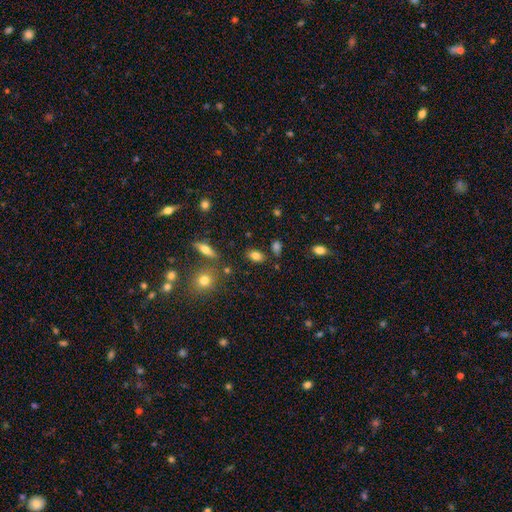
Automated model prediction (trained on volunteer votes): Smooth or featured: smooth — 78% (star or artifact — 11%)
How rounded: in between — 86% (round — 11%)
Merging: none — 79% (minor disturbance — 12%)